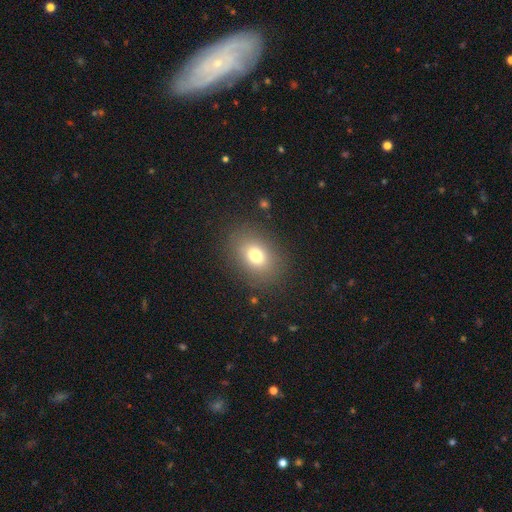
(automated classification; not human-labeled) A smooth galaxy with no disk features (75%) that is in between round and cigar-shaped (61%). Merging: none (84%).